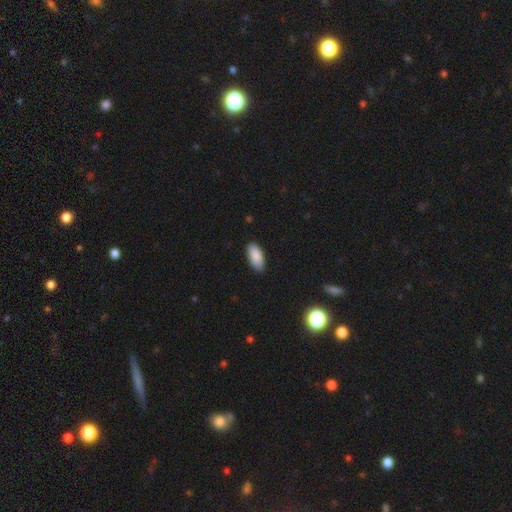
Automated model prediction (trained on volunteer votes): smooth_or_featured: smooth (p=0.89) [alt: star or artifact p=0.06]
how_rounded: in between (p=0.92) [alt: cigar-shaped p=0.06]
merging: none (p=0.86) [alt: minor disturbance p=0.11]